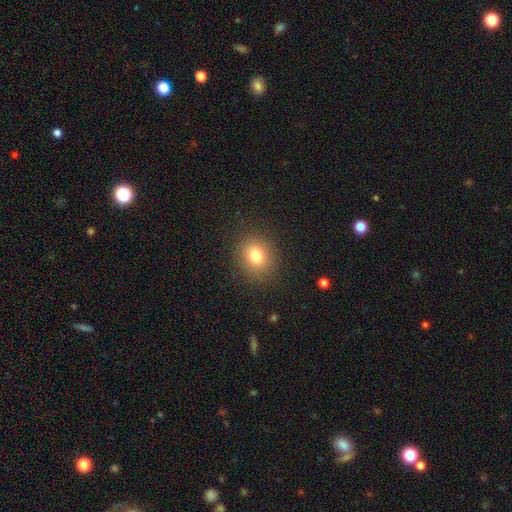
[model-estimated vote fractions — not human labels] Smooth or featured? Predicted: smooth (p=0.79). How rounded? Predicted: round (p=0.67). Merging? Predicted: none (p=0.88).